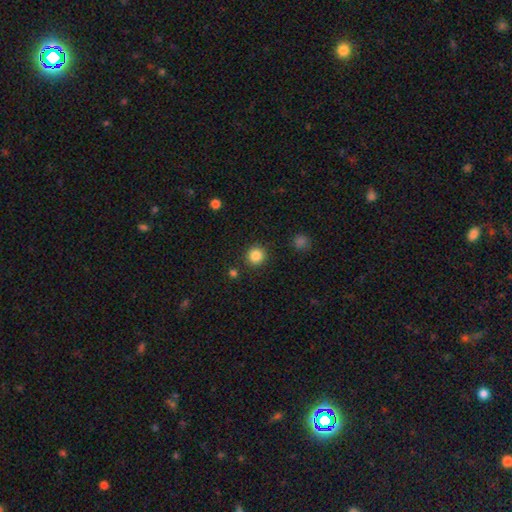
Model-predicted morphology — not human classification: This is clearly a smooth galaxy (86%). How rounded: clearly round (94%). Merging: clearly none (90%).